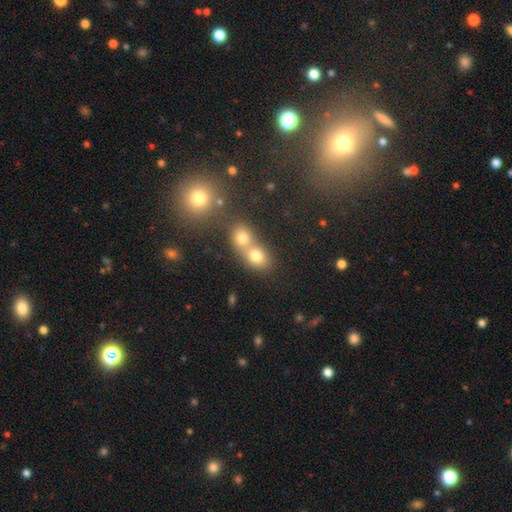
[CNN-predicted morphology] Smooth or featured: smooth — 73% (star or artifact — 16%)
How rounded: round — 59% (in between — 39%)
Merging: merger — 61% (none — 30%)